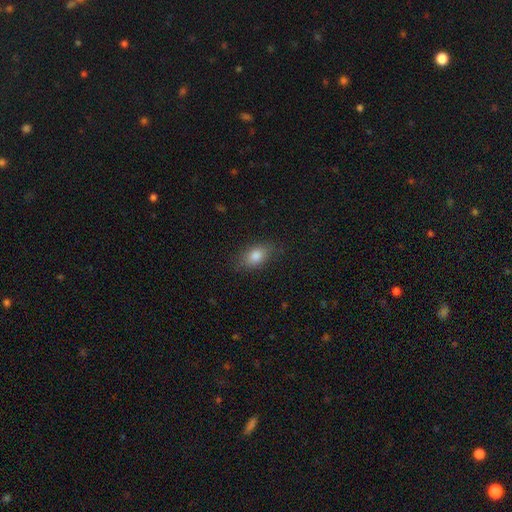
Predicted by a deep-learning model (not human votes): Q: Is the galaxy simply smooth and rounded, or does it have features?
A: smooth — 82%.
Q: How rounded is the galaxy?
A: in between — 84%.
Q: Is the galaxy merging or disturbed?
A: none — 81%.